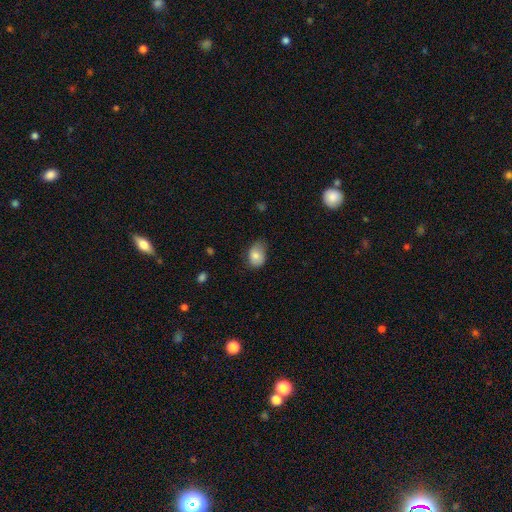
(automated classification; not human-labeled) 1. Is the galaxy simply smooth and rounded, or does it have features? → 79% smooth, 13% featured or disk, 8% star or artifact.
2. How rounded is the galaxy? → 78% in between, 21% round, 1% cigar-shaped.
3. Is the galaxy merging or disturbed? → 56% none, 34% minor disturbance, 8% major disturbance, 1% merger.